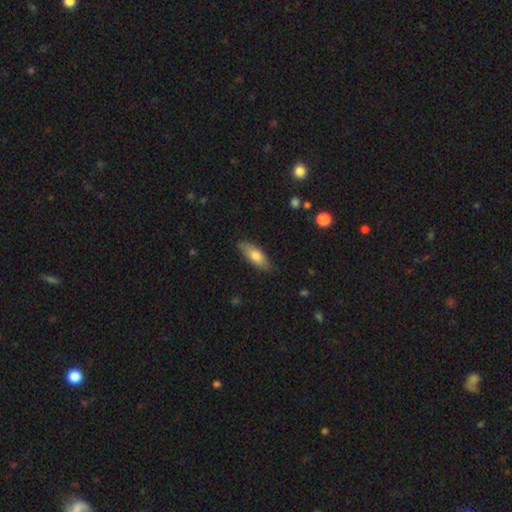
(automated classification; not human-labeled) Overall: smooth (73%). How rounded: in between (73%). Merging: none (83%).